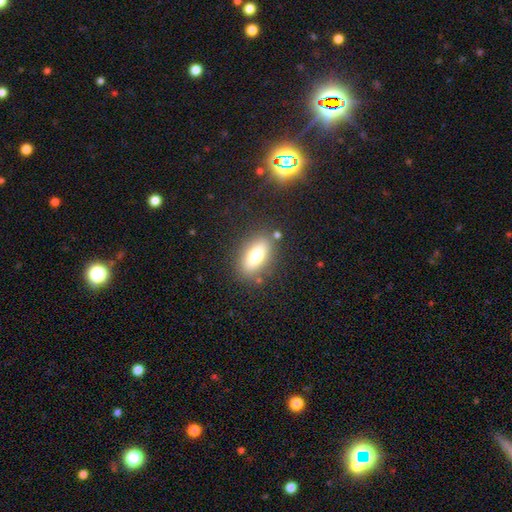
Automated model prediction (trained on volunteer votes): smooth-or-featured: smooth: 72% | featured or disk: 20% | star or artifact: 9%
  how-rounded: in between: 83% | cigar-shaped: 10% | round: 6%
  merging: none: 81% | minor disturbance: 11% | major disturbance: 4% | merger: 4%